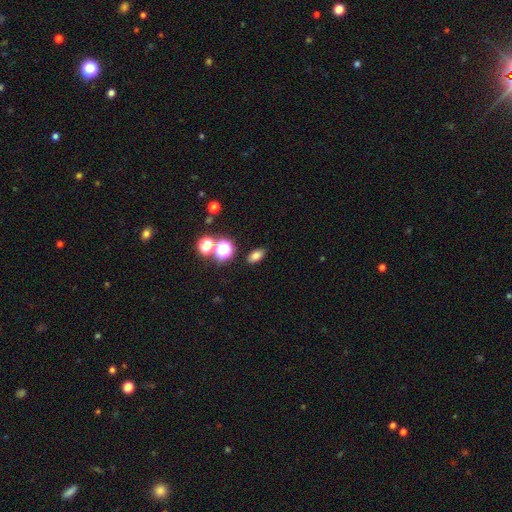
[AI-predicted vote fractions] smooth_or_featured: smooth (p=0.73) [alt: star or artifact p=0.18]
how_rounded: in between (p=0.81) [alt: round p=0.15]
merging: none (p=0.85) [alt: minor disturbance p=0.09]